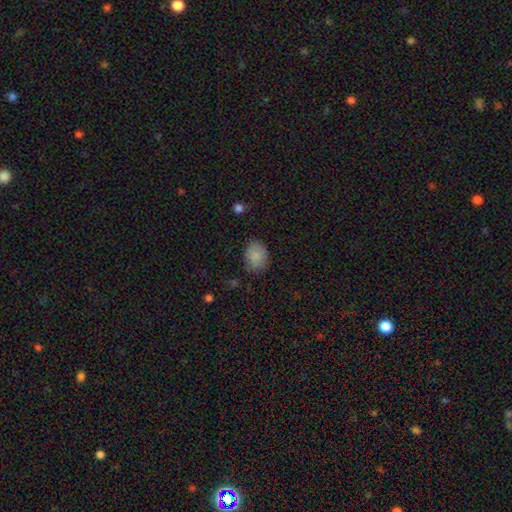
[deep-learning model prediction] Q: Smooth or featured?
A: smooth (86%); runner-up: star or artifact (8%)
Q: How rounded?
A: in between (60%); runner-up: round (39%)
Q: Merging?
A: none (81%); runner-up: minor disturbance (14%)